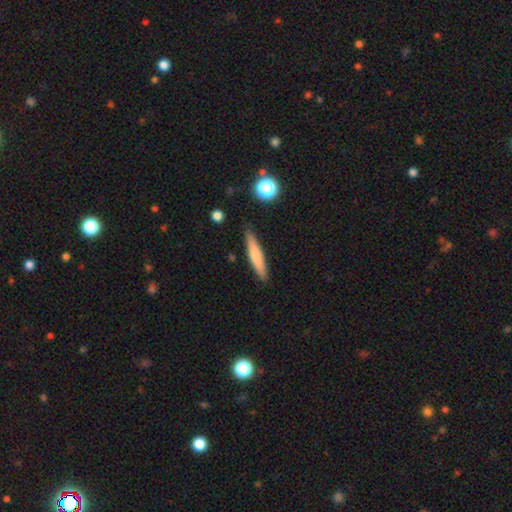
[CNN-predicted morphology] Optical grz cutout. It shows a smooth galaxy with no disk features (66%) that is cigar-shaped (90%). Merging: none (87%).